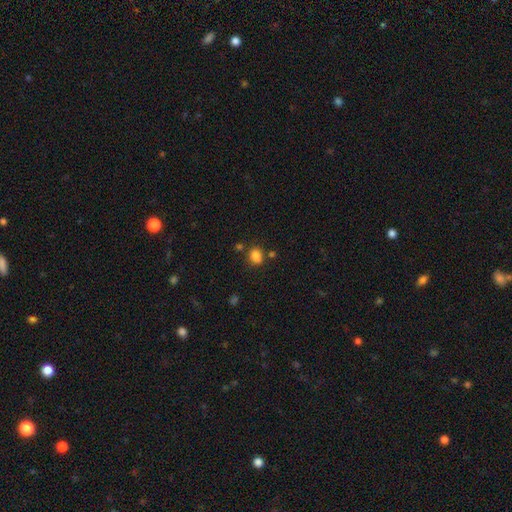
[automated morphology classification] Smooth or featured: smooth — 83% (star or artifact — 12%)
How rounded: round — 53% (in between — 46%)
Merging: none — 72% (minor disturbance — 14%)